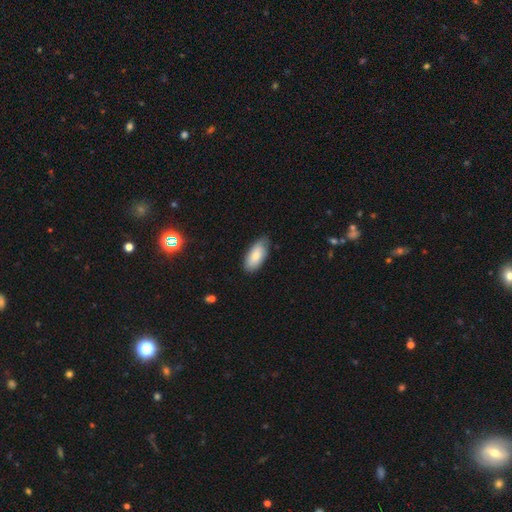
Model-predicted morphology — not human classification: smooth-or-featured: smooth: 78% | featured or disk: 15% | star or artifact: 6%
  how-rounded: in between: 91% | cigar-shaped: 6% | round: 2%
  merging: none: 75% | minor disturbance: 21% | major disturbance: 3% | merger: 1%